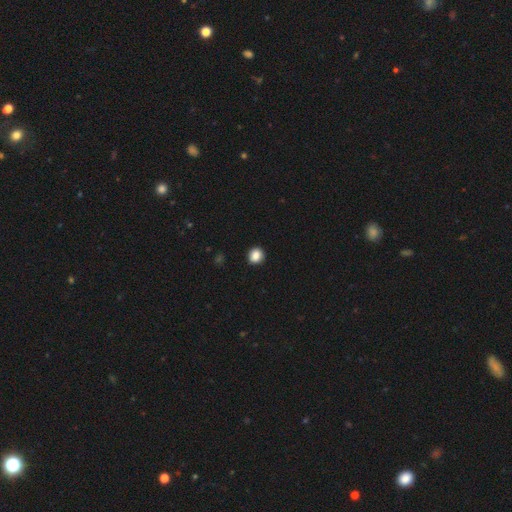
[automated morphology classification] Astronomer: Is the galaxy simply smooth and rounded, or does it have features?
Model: smooth — 87%.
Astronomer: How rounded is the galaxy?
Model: round — 81%.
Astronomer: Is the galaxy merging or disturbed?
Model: none — 91%.